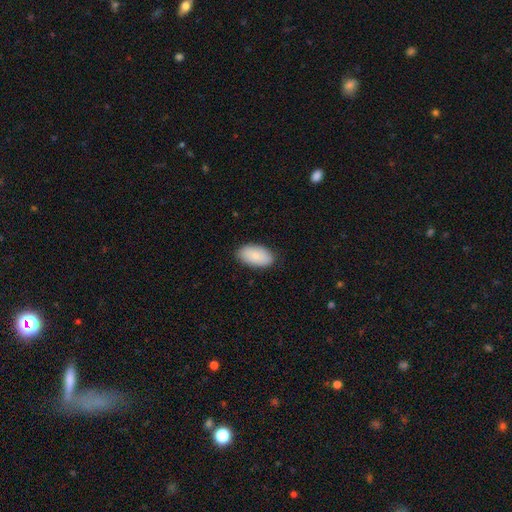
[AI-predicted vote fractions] This appears to be a smooth galaxy with no disk features (87%) that is in between round and cigar-shaped (95%). Merging: none (86%).